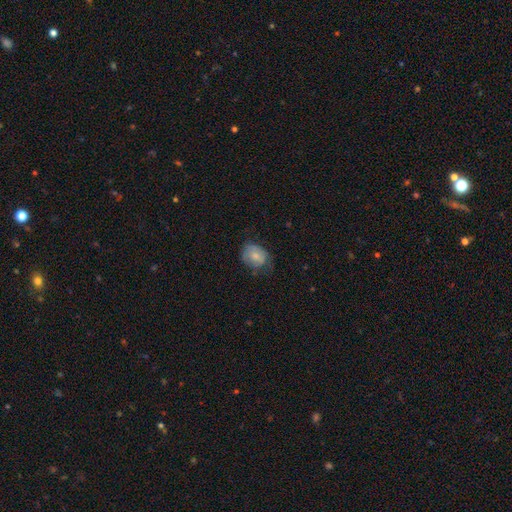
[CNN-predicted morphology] smooth_or_featured: smooth (p=0.69) [alt: featured or disk p=0.23]
how_rounded: in between (p=0.64) [alt: round p=0.35]
merging: none (p=0.50) [alt: minor disturbance p=0.33]